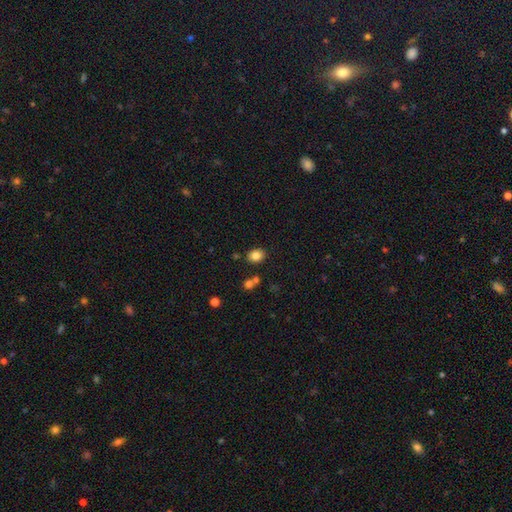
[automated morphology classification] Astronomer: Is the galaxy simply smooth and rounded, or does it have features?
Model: smooth — 82%.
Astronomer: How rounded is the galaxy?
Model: in between — 53% (runner-up: round, 46%).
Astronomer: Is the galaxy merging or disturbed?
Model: none — 81%.